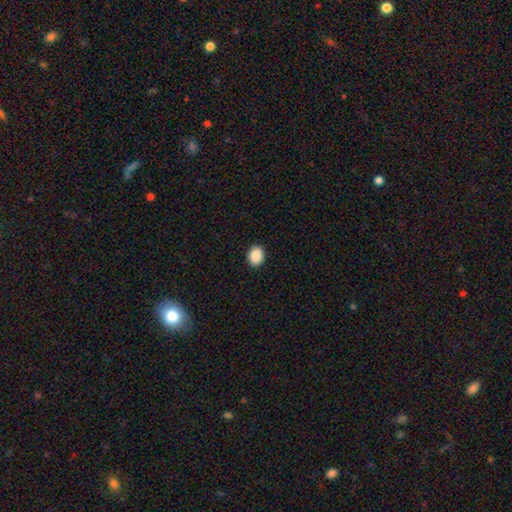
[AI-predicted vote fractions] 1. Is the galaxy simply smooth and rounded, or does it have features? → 89% smooth, 8% star or artifact, 3% featured or disk.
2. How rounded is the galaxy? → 57% in between, 43% round, 1% cigar-shaped.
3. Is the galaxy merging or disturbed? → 91% none, 6% minor disturbance, 2% major disturbance, 1% merger.